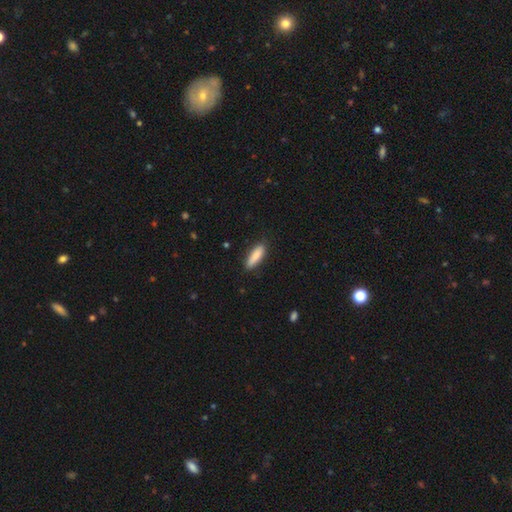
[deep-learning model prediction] Smooth or featured? Predicted: smooth (p=0.85). How rounded? Predicted: cigar-shaped (p=0.54). Merging? Predicted: none (p=0.85).